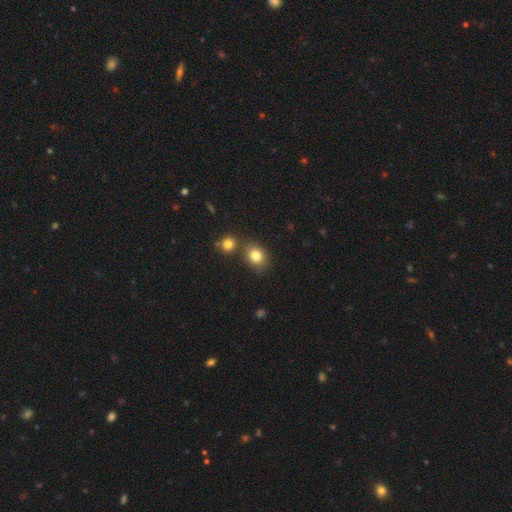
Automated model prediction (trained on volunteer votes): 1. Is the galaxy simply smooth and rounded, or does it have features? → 82% smooth, 11% star or artifact, 8% featured or disk.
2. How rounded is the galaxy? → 59% round, 40% in between, 1% cigar-shaped.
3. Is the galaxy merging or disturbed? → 68% none, 18% merger, 11% minor disturbance, 3% major disturbance.